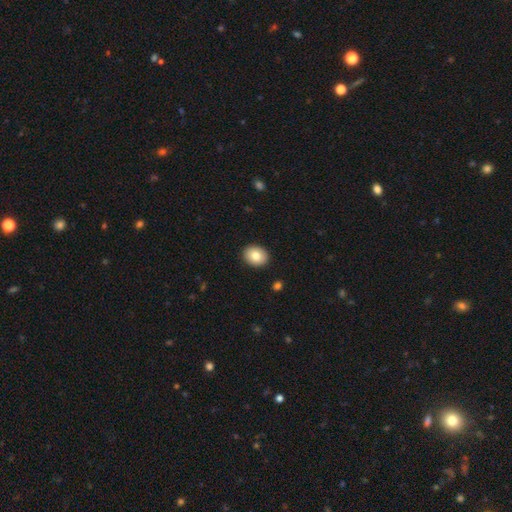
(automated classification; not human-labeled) This appears to be a smooth galaxy with no disk features (82%) that is in between round and cigar-shaped (50%). Merging: none (91%).